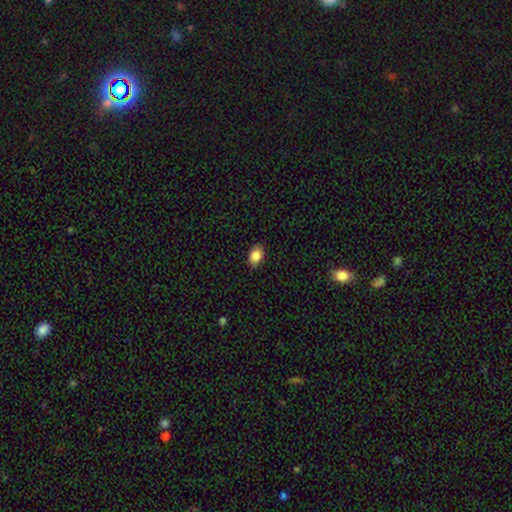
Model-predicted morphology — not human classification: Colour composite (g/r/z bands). It shows a smooth galaxy with no disk features (84%) that is in between round and cigar-shaped (80%). Merging: none (86%).